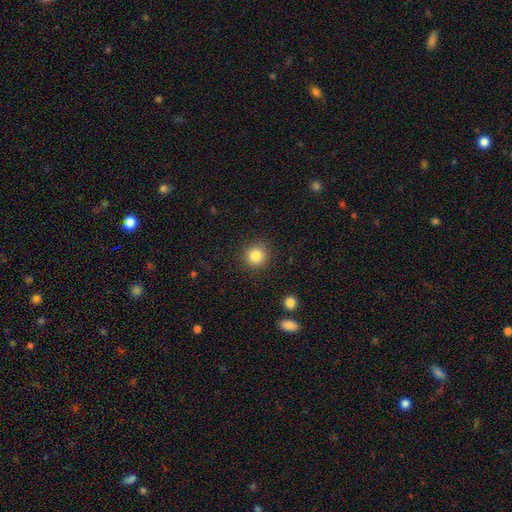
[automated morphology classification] Smooth or featured?
  - smooth: 84% *
  - star or artifact: 10%
  - featured or disk: 5%
How rounded?
  - round: 91% *
  - in between: 8%
  - cigar-shaped: 1%
Merging?
  - none: 89% *
  - minor disturbance: 7%
  - major disturbance: 3%
  - merger: 1%